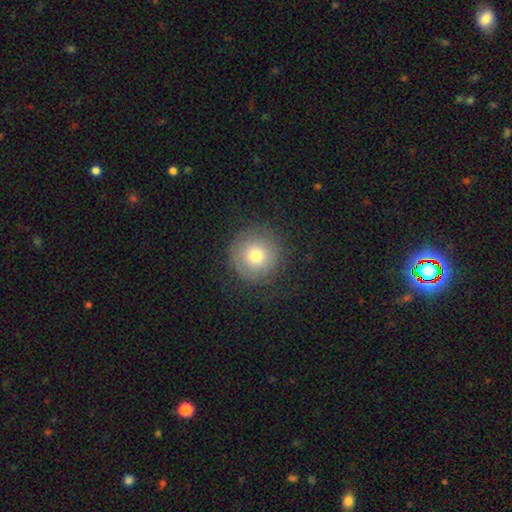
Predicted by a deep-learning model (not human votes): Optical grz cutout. It shows a smooth galaxy with no disk features (71%) that is round (95%). Merging: none (80%).